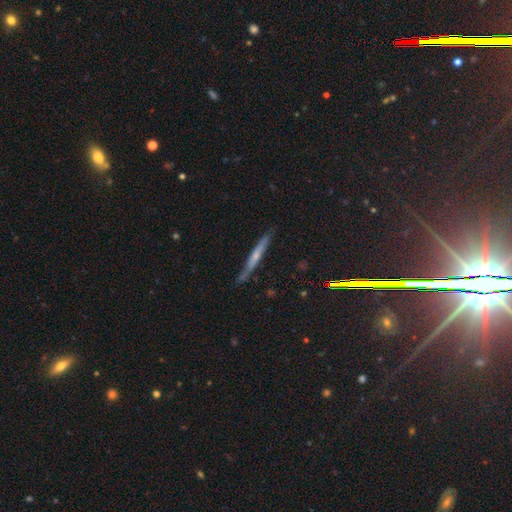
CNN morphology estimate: featured or disk 55%, smooth 37%, star or artifact 9%. Down the decision tree: edge-on disk — yes (93%); edge-on bulge — none (51%); merging — none (80%).